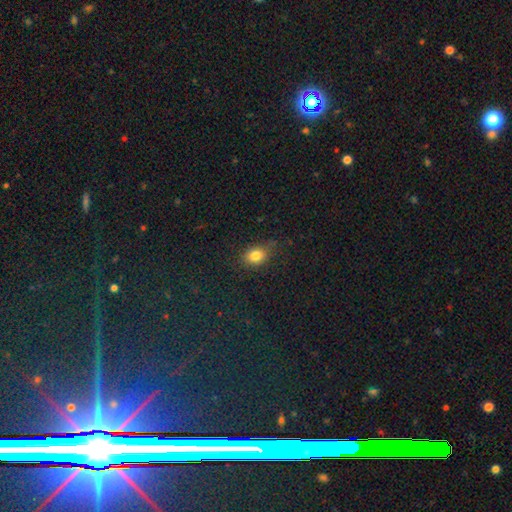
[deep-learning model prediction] Morphology: type=smooth (81%); roundness=in between (63%); merging=none (73%).